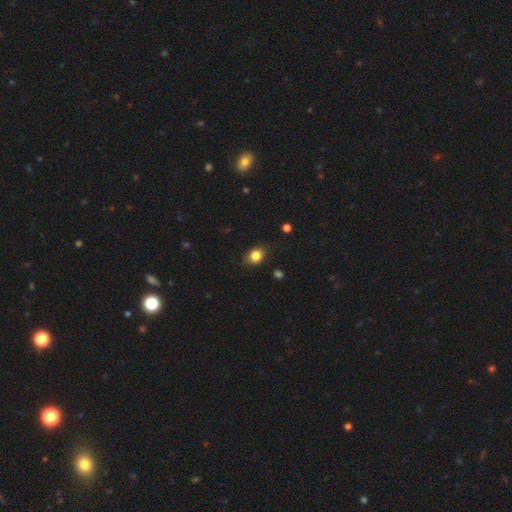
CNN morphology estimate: The model was most divided on "how rounded": in between: 54%, round: 44%, cigar-shaped: 1%. More confident: smooth or featured — smooth (83%); merging — none (80%).